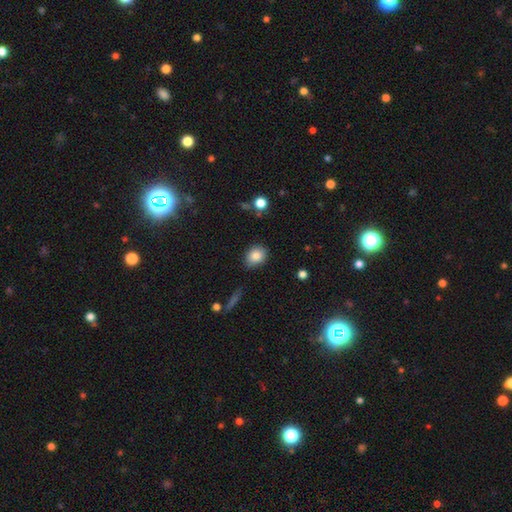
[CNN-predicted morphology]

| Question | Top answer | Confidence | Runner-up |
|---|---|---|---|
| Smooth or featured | smooth | 85% | star or artifact (9%) |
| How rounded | in between | 57% | round (41%) |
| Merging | none | 80% | minor disturbance (15%) |